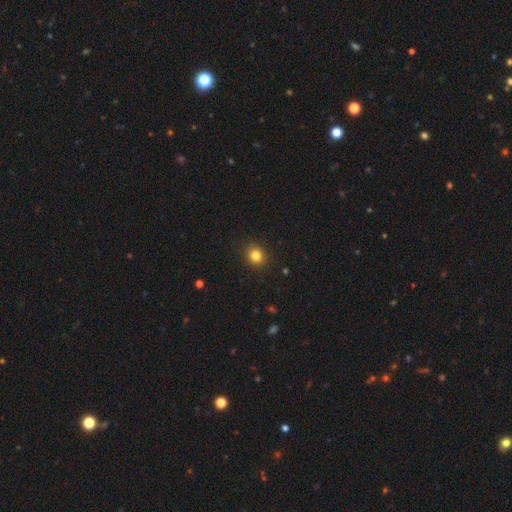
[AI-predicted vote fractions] Q: Smooth or featured?
A: smooth (82%); runner-up: star or artifact (12%)
Q: How rounded?
A: round (86%); runner-up: in between (13%)
Q: Merging?
A: none (91%); runner-up: minor disturbance (6%)